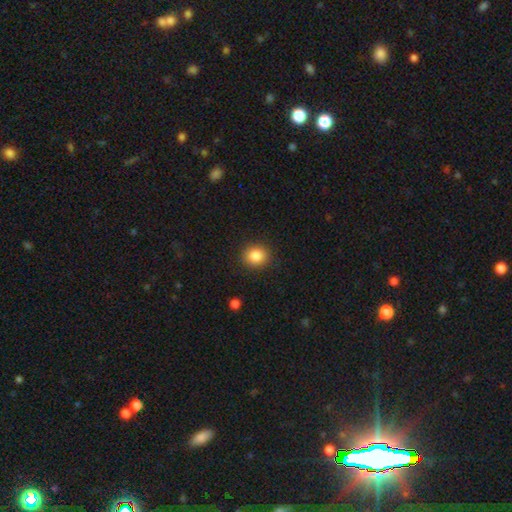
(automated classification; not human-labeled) Smooth or featured? smooth (85%)
How rounded? round (77%)
Merging? none (90%)